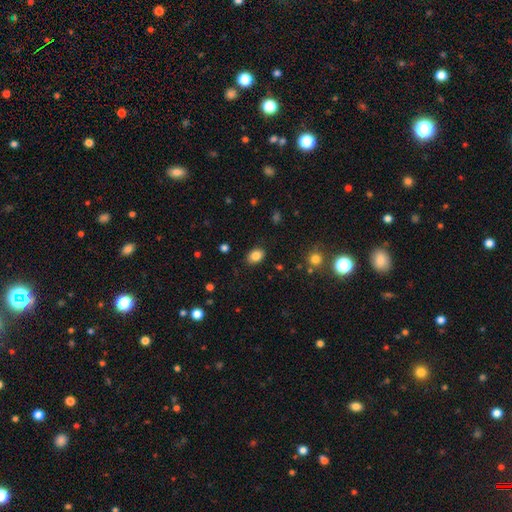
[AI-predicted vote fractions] Smooth or featured?
  - smooth: 84% *
  - star or artifact: 10%
  - featured or disk: 7%
How rounded?
  - in between: 73% *
  - round: 26%
  - cigar-shaped: 1%
Merging?
  - none: 86% *
  - minor disturbance: 10%
  - major disturbance: 3%
  - merger: 1%